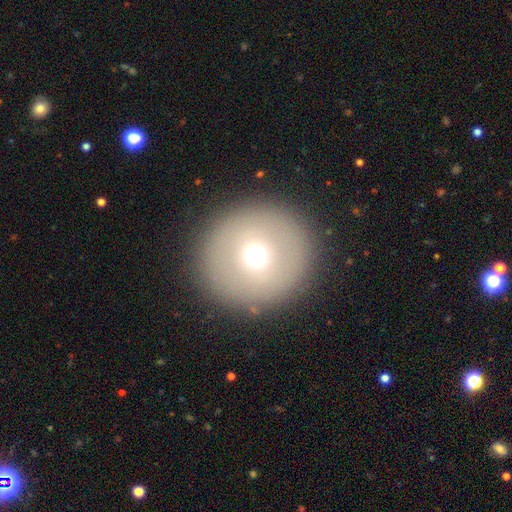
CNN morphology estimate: This is likely a smooth galaxy (67%). How rounded: clearly round (93%). Merging: clearly none (90%).